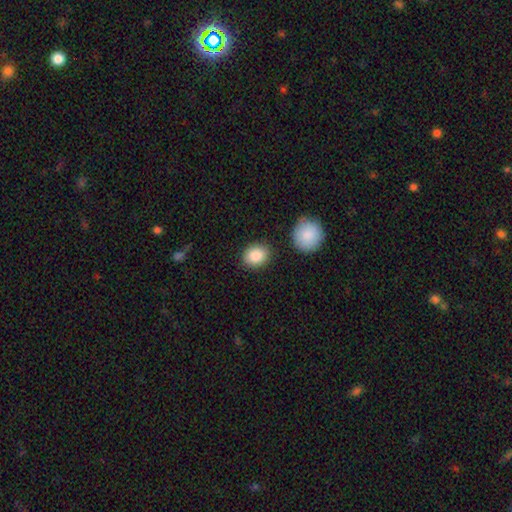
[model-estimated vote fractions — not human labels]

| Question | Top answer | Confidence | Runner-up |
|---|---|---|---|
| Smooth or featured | smooth | 87% | star or artifact (7%) |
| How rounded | round | 52% | in between (47%) |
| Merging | none | 83% | minor disturbance (10%) |